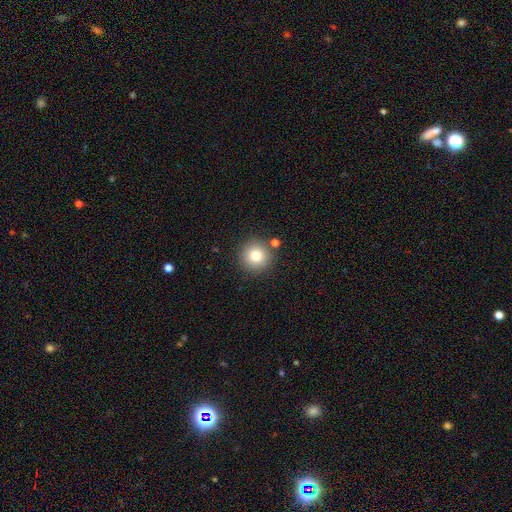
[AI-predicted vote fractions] Overall: smooth (80%). How rounded: round (95%). Merging: none (84%).